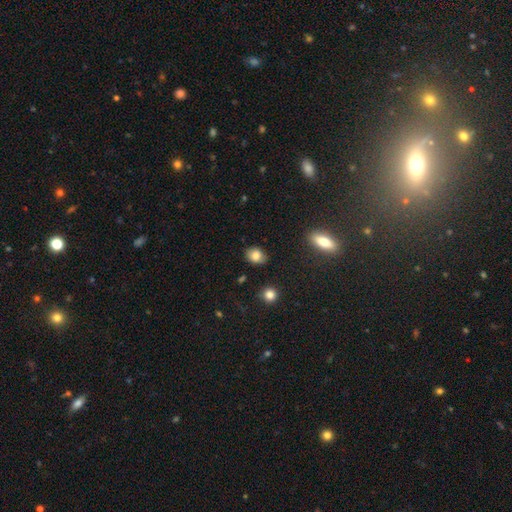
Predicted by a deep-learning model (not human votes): Smooth or featured?
  - smooth: 83% *
  - star or artifact: 10%
  - featured or disk: 7%
How rounded?
  - in between: 60% *
  - round: 39%
  - cigar-shaped: 1%
Merging?
  - none: 81% *
  - minor disturbance: 14%
  - major disturbance: 3%
  - merger: 2%